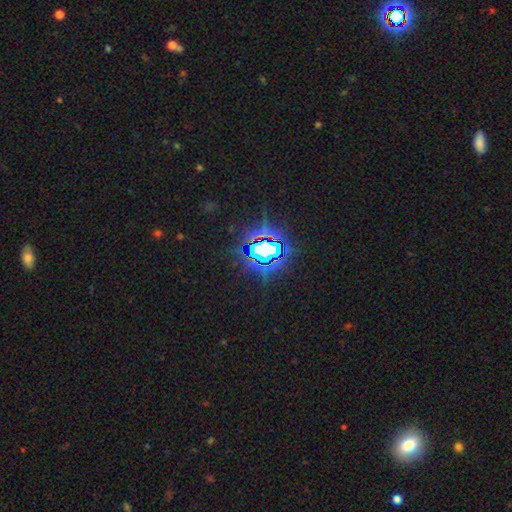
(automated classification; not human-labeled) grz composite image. It shows a star or artifact, not a galaxy (81%).